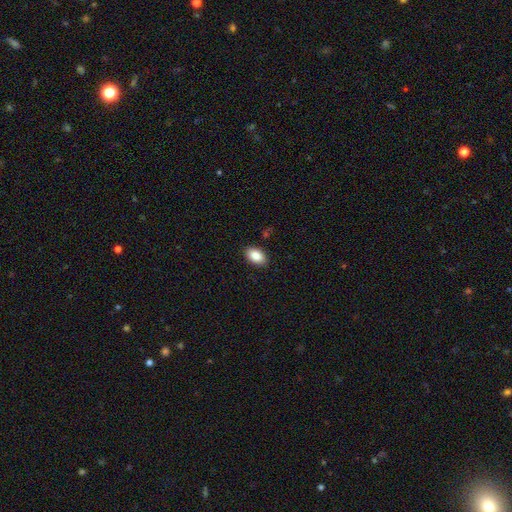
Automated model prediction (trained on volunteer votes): Overall: smooth (87%). How rounded: in between (91%). Merging: none (89%).